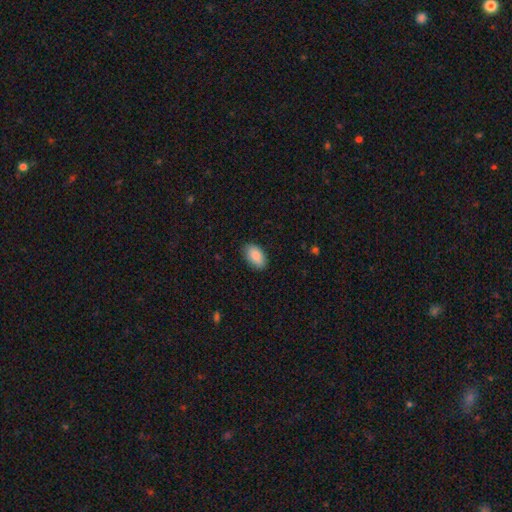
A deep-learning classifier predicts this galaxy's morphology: smooth-or-featured: smooth: 89% | star or artifact: 6% | featured or disk: 5%
  how-rounded: in between: 94% | round: 4% | cigar-shaped: 2%
  merging: none: 87% | minor disturbance: 10% | major disturbance: 2% | merger: 1%